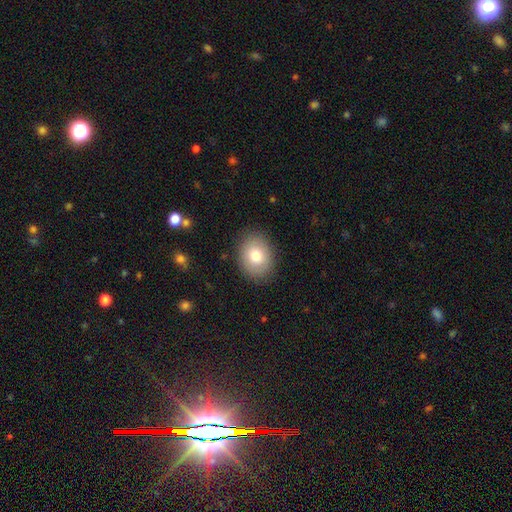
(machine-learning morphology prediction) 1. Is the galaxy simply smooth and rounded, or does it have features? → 77% smooth, 14% featured or disk, 9% star or artifact.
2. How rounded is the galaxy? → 52% in between, 47% round, 1% cigar-shaped.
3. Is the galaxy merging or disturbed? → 86% none, 10% minor disturbance, 3% major disturbance, 1% merger.